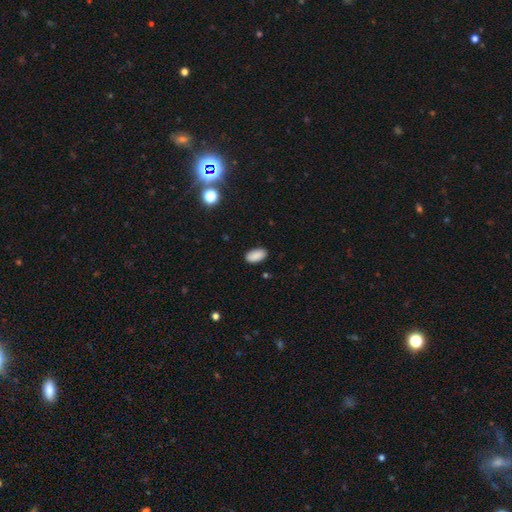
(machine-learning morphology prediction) type=smooth (89%); roundness=in between (94%); merging=none (87%).